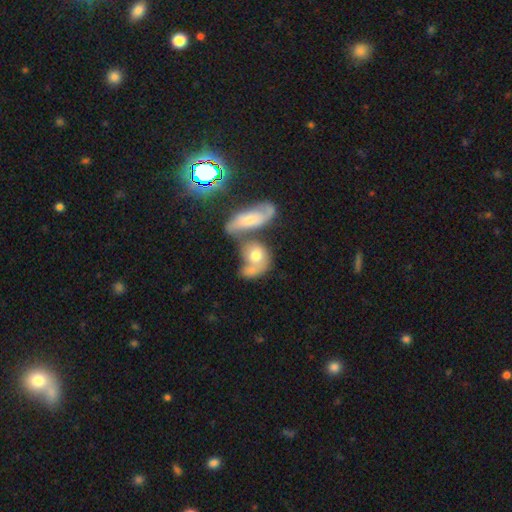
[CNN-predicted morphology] Smooth or featured? smooth (55%)
How rounded? in between (56%)
Merging? merger (61%)